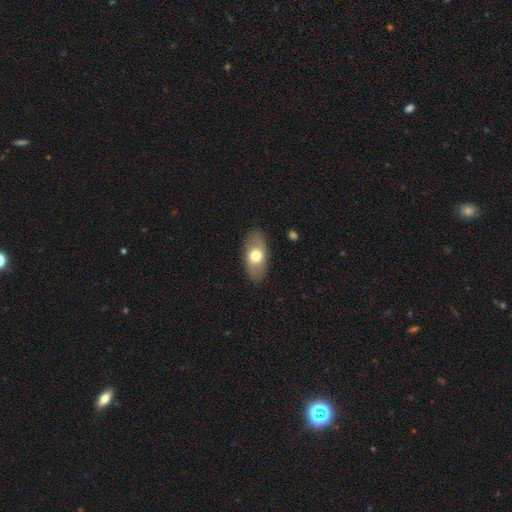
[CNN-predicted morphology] smooth_or_featured: smooth (p=0.64) [alt: featured or disk p=0.30]
how_rounded: in between (p=0.89) [alt: round p=0.06]
merging: none (p=0.86) [alt: minor disturbance p=0.10]